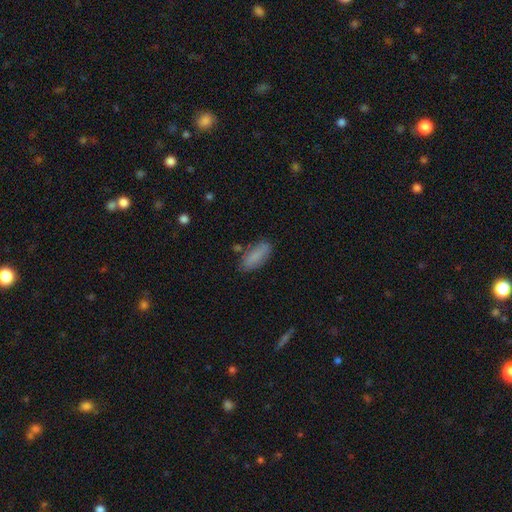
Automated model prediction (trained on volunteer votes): Q: Smooth or featured?
A: smooth (83%); runner-up: featured or disk (10%)
Q: How rounded?
A: in between (71%); runner-up: cigar-shaped (27%)
Q: Merging?
A: none (78%); runner-up: minor disturbance (15%)